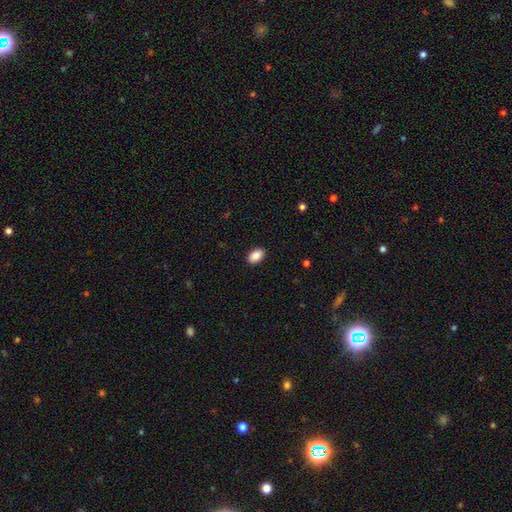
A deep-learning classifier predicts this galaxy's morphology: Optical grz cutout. It shows a smooth galaxy with no disk features (89%) that is in between round and cigar-shaped (91%). Merging: none (90%).